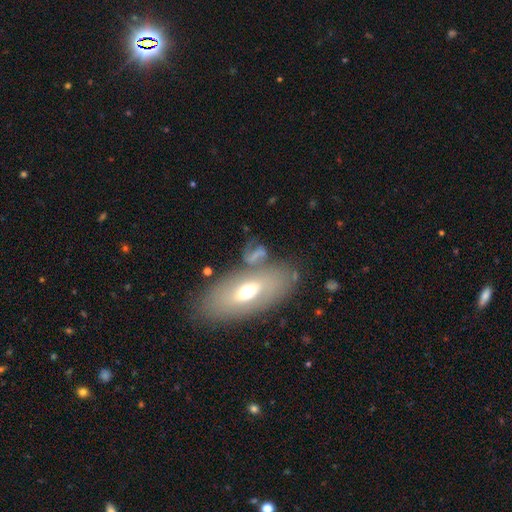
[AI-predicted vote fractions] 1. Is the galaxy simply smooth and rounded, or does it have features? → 48% smooth, 42% featured or disk, 10% star or artifact.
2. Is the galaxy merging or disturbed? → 47% none, 23% merger, 17% minor disturbance, 13% major disturbance.